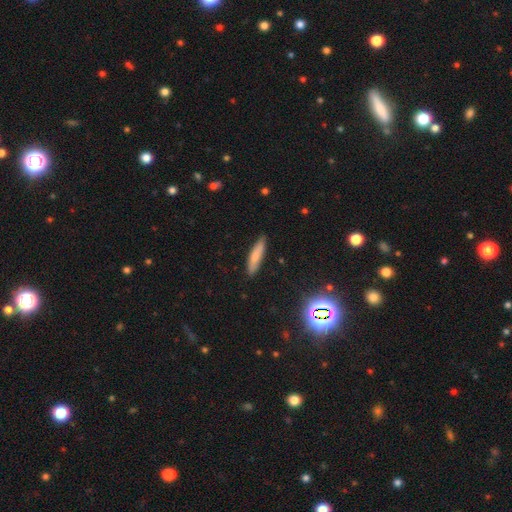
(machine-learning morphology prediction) This appears to be a smooth galaxy with no disk features (77%) that is cigar-shaped (80%). Merging: none (85%).